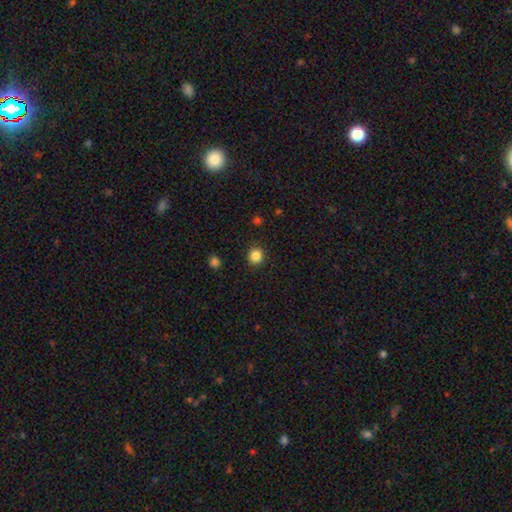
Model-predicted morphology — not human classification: Smooth or featured: smooth — 85% (star or artifact — 11%)
How rounded: round — 90% (in between — 9%)
Merging: none — 91% (minor disturbance — 6%)